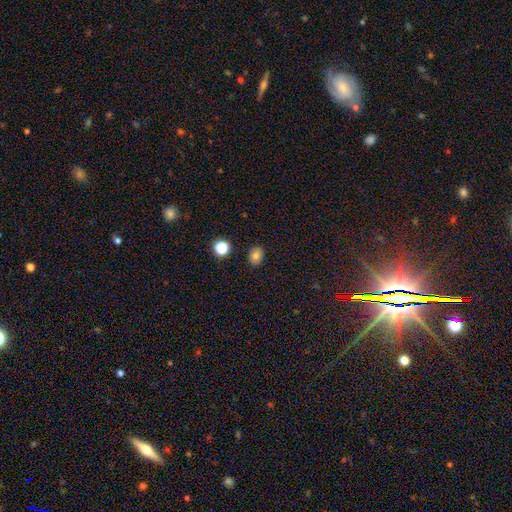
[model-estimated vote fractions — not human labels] Smooth or featured? smooth (76%)
How rounded? round (57%)
Merging? none (87%)